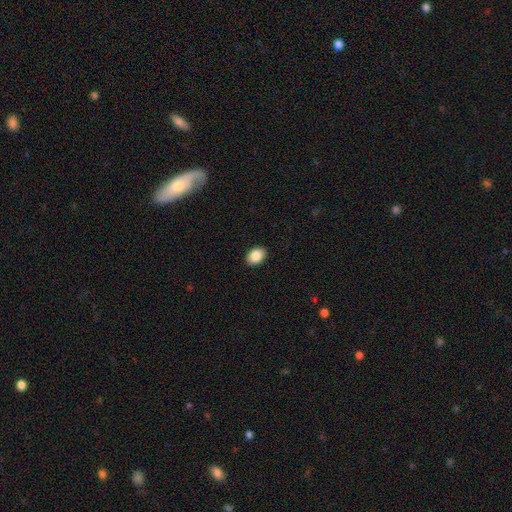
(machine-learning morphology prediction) Q: Smooth or featured?
A: smooth (88%); runner-up: star or artifact (7%)
Q: How rounded?
A: in between (81%); runner-up: round (18%)
Q: Merging?
A: none (91%); runner-up: minor disturbance (7%)